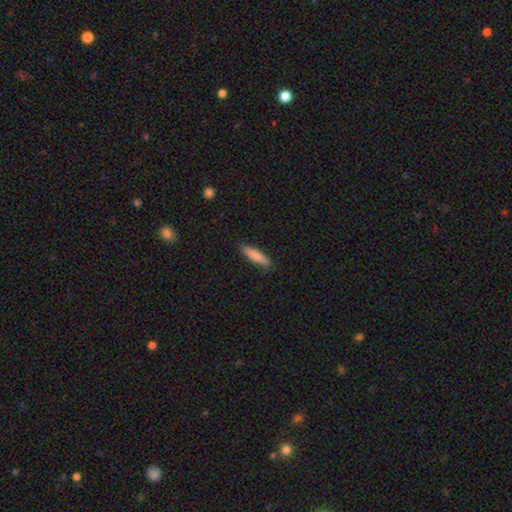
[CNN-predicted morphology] A smooth galaxy with no disk features (85%) that is cigar-shaped (71%).

Vote fractions:
- Smooth or featured? smooth: 85% / featured or disk: 10% / star or artifact: 6%
- How rounded? cigar-shaped: 71% / in between: 28% / round: 1%
- Merging? none: 85% / minor disturbance: 12% / major disturbance: 2% / merger: 1%